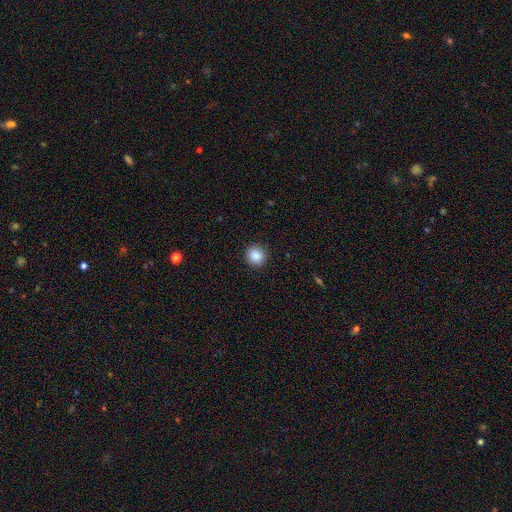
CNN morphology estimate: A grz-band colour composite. It shows a smooth galaxy with no disk features (87%) that is round (92%). Merging: none (92%).